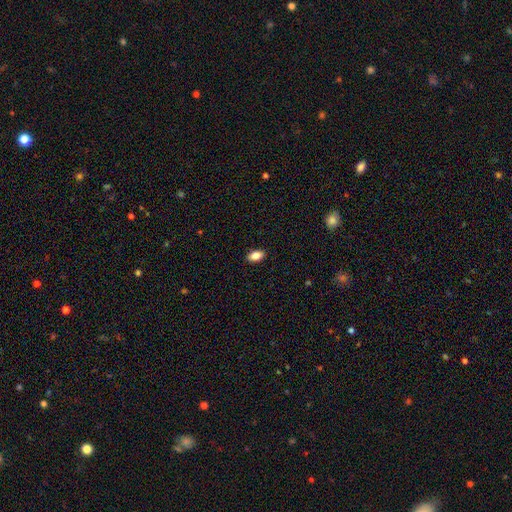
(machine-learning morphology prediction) A smooth galaxy with no disk features (84%) that is in between round and cigar-shaped (90%).

Vote fractions:
- Smooth or featured? smooth: 84% / featured or disk: 8% / star or artifact: 8%
- How rounded? in between: 90% / round: 5% / cigar-shaped: 5%
- Merging? none: 89% / minor disturbance: 8% / major disturbance: 2% / merger: 1%